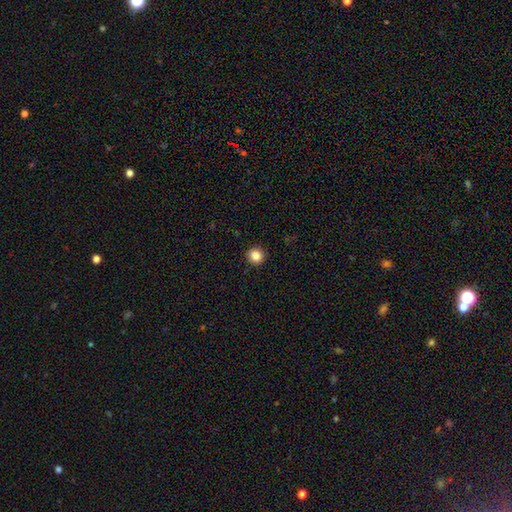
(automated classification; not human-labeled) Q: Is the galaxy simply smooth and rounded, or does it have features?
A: smooth — 85%.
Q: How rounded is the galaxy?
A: round — 92%.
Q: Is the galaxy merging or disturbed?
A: none — 92%.